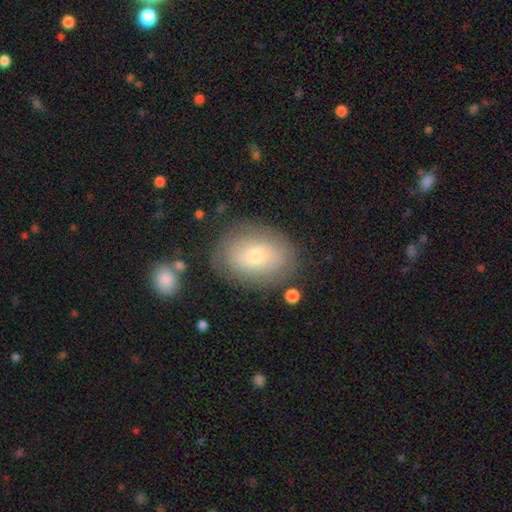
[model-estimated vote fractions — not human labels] The model was most divided on "smooth or featured": smooth: 62%, featured or disk: 30%, star or artifact: 8%. More confident: merging — none (78%); how rounded — in between (73%).